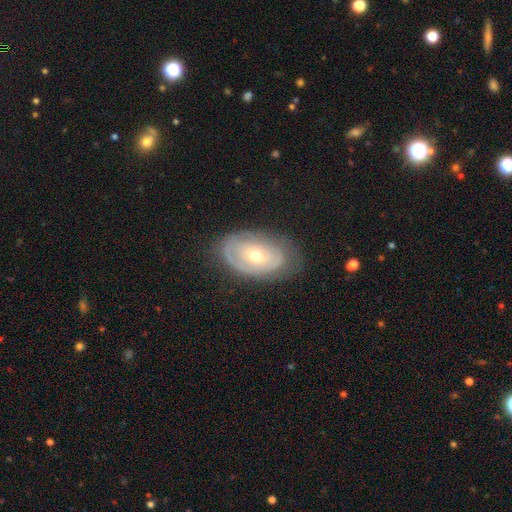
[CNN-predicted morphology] Smooth or featured?
  - featured or disk: 64% *
  - smooth: 29%
  - star or artifact: 7%
Edge-on disk?
  - no: 92% *
  - yes: 8%
Bar?
  - no: 83% *
  - weak: 13%
  - strong: 4%
Spiral arms?
  - yes: 51% *
  - no: 49%
Bulge size?
  - moderate: 59% *
  - small: 37%
  - large: 3%
  - dominant: 1%
  - none: 1%
Merging?
  - none: 70% *
  - minor disturbance: 21%
  - major disturbance: 8%
  - merger: 1%